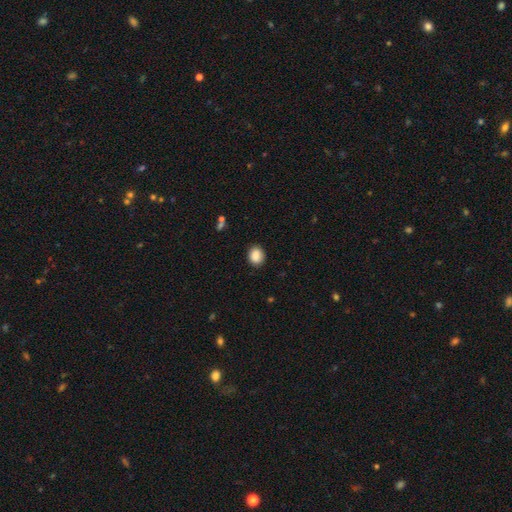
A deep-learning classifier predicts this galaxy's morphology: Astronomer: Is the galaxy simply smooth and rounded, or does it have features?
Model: smooth — 89%.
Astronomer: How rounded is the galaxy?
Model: round — 55% (runner-up: in between, 44%).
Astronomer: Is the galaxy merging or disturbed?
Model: none — 88%.